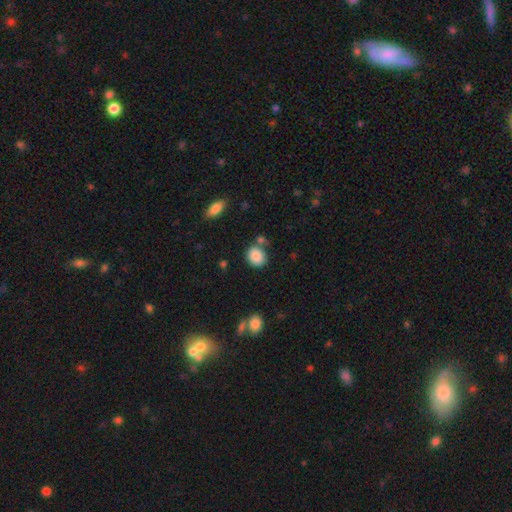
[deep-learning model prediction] Smooth or featured? Predicted: smooth (p=0.85). How rounded? Predicted: round (p=0.61). Merging? Predicted: none (p=0.70).